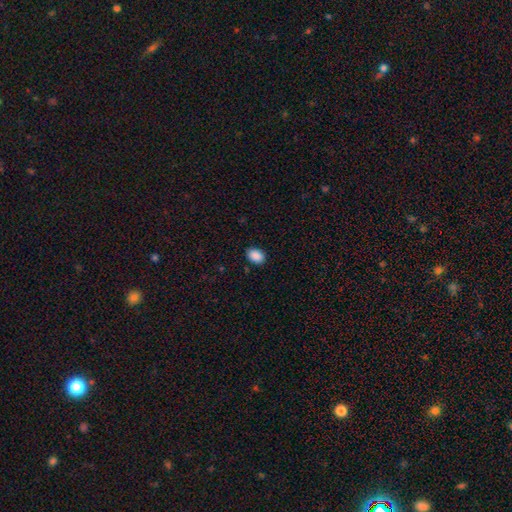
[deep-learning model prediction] This appears to be a smooth galaxy with no disk features (90%) that is in between round and cigar-shaped (83%). Merging: none (88%).